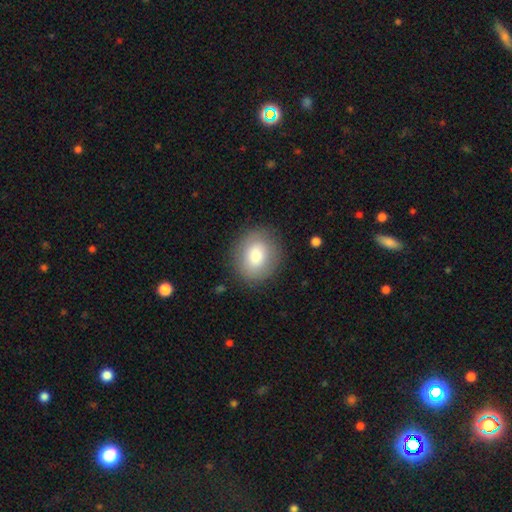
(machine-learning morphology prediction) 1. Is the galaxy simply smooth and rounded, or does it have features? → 81% smooth, 11% featured or disk, 7% star or artifact.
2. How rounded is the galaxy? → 65% round, 34% in between, 1% cigar-shaped.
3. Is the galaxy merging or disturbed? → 86% none, 10% minor disturbance, 3% major disturbance, 1% merger.